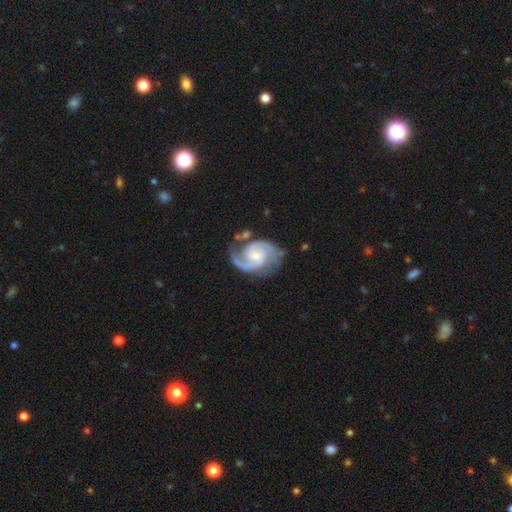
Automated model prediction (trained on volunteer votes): Smooth or featured?
  - featured or disk: 90% *
  - smooth: 5%
  - star or artifact: 4%
Edge-on disk?
  - no: 98% *
  - yes: 2%
Bar?
  - no: 48% *
  - weak: 43%
  - strong: 9%
Spiral arms?
  - yes: 98% *
  - no: 2%
Spiral winding?
  - medium: 56% *
  - tight: 28%
  - loose: 16%
Spiral arm count?
  - 2: 90% *
  - 1: 3%
  - can't tell: 3%
  - 3: 2%
  - 4: 1%
  - more than 4: 1%
Bulge size?
  - moderate: 37% *
  - small: 32%
  - none: 18%
  - large: 11%
  - dominant: 2%
Merging?
  - none: 66% *
  - minor disturbance: 20%
  - major disturbance: 10%
  - merger: 5%